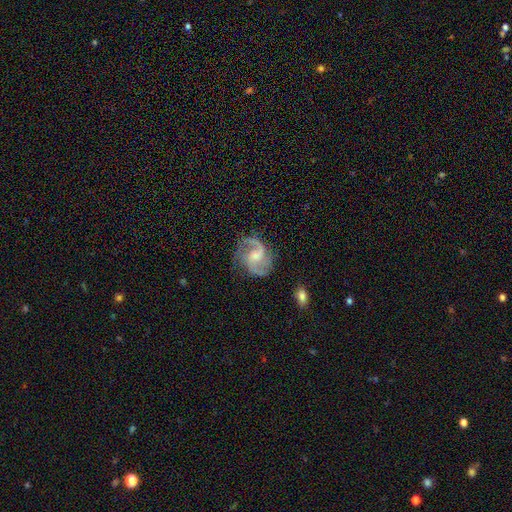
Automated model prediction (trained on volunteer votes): Smooth or featured: featured or disk — 88% (smooth — 6%)
Edge-on disk: no — 98% (yes — 2%)
Bar: weak — 47% (no — 44%)
Spiral arms: yes — 98% (no — 2%)
Spiral winding: medium — 55% (loose — 26%)
Spiral arm count: 2 — 79% (3 — 10%)
Bulge size: moderate — 45% (small — 41%)
Merging: none — 75% (minor disturbance — 16%)